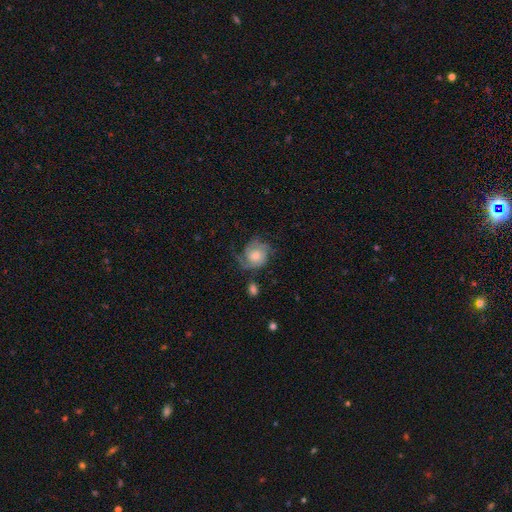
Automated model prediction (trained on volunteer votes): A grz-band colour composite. It shows a featured or disk galaxy (72%) with no bar (76%), 2 (37%) tight (43%) spiral arms (93%) and a moderate central bulge (50%). Merging: none (57%).